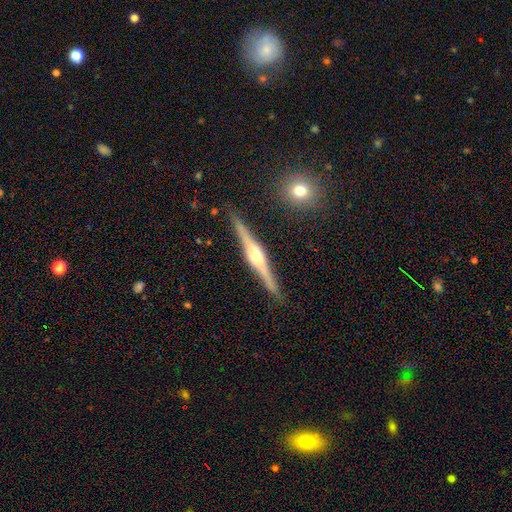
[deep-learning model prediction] Smooth or featured? featured or disk (83%)
Edge-on disk? yes (98%)
Edge-on bulge? rounded (72%)
Merging? none (89%)